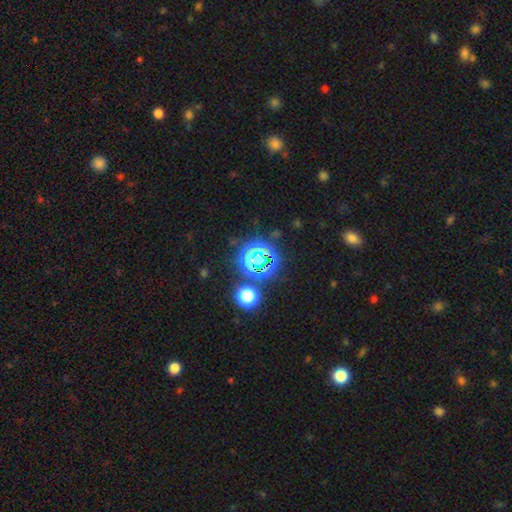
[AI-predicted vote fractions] Q: Smooth or featured?
A: star or artifact (71%); runner-up: smooth (19%)